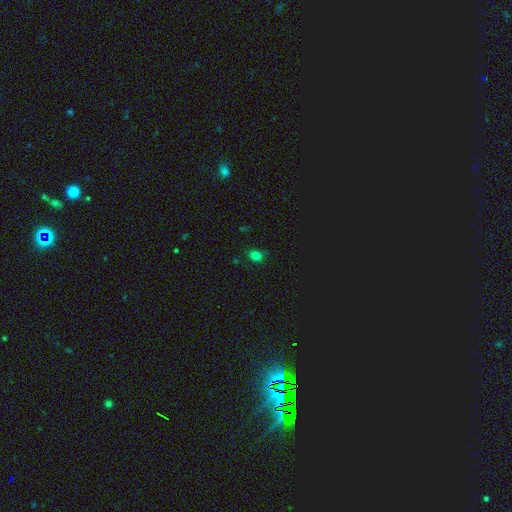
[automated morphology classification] Smooth or featured? Predicted: smooth (p=0.75). How rounded? Predicted: round (p=0.55). Merging? Predicted: none (p=0.80).